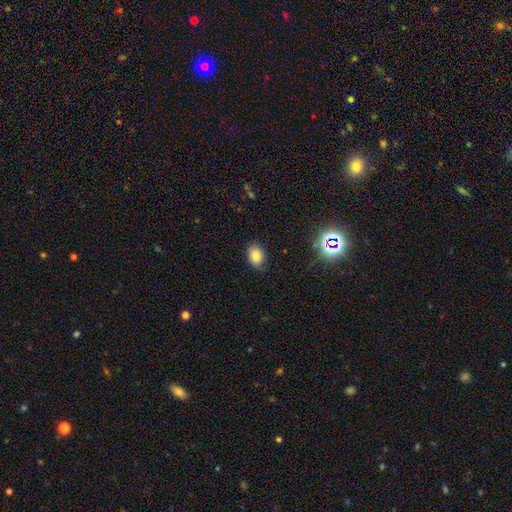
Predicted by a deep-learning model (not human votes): smooth 80%, star or artifact 12%, featured or disk 8%. Down the decision tree: how rounded — in between (80%); merging — none (80%).